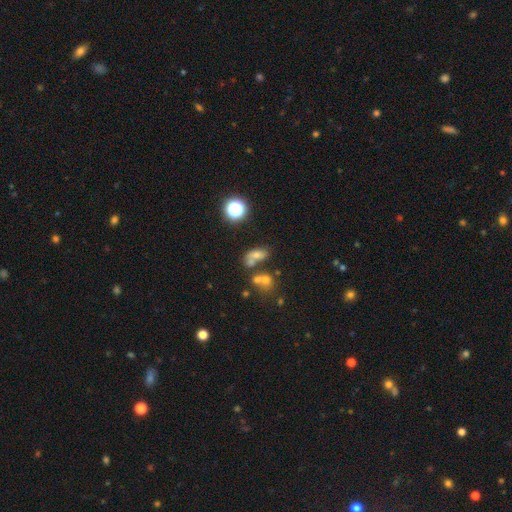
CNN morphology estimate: A smooth galaxy with no disk features (53%) that is in between round and cigar-shaped (68%). Merging: merger (41%).